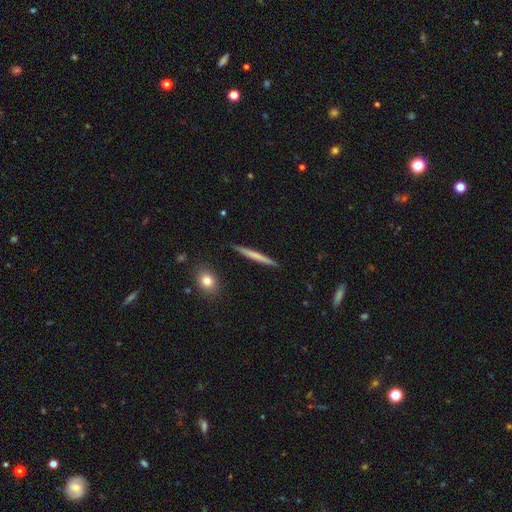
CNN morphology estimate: Smooth or featured? Predicted: smooth (p=0.56). How rounded? Predicted: cigar-shaped (p=0.96). Merging? Predicted: none (p=0.91).